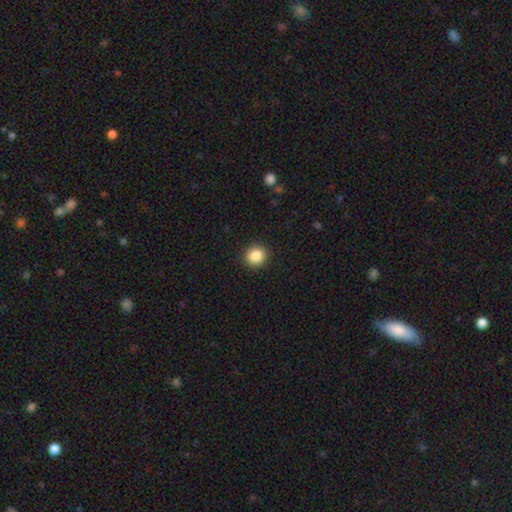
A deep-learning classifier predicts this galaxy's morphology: Smooth or featured? Predicted: smooth (p=0.87). How rounded? Predicted: round (p=0.88). Merging? Predicted: none (p=0.92).